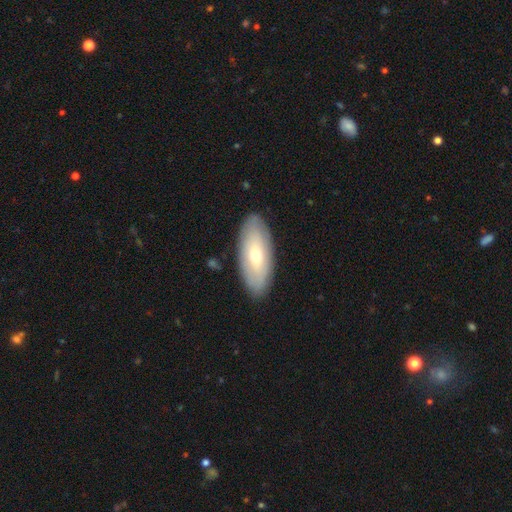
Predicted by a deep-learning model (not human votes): The model was most divided on "smooth or featured": smooth: 56%, featured or disk: 38%, star or artifact: 6%. More confident: merging — none (88%); how rounded — in between (85%).